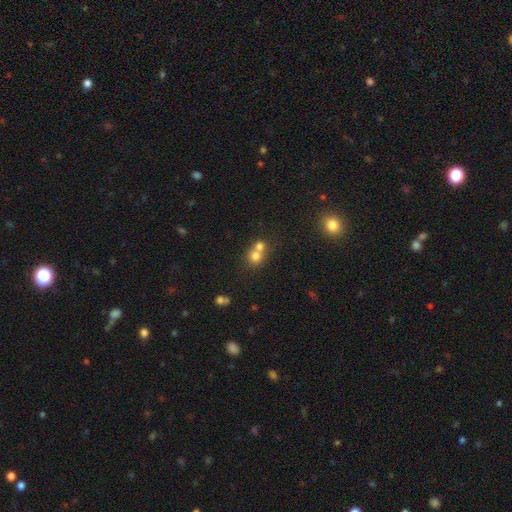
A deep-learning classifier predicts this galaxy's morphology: type=smooth (74%); roundness=round (84%); merging=merger (59%).